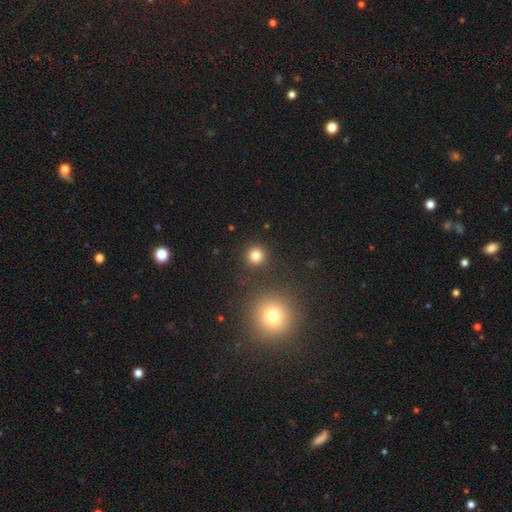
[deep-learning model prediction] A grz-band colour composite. It shows a smooth galaxy with no disk features (82%) that is round (94%). Merging: none (89%).